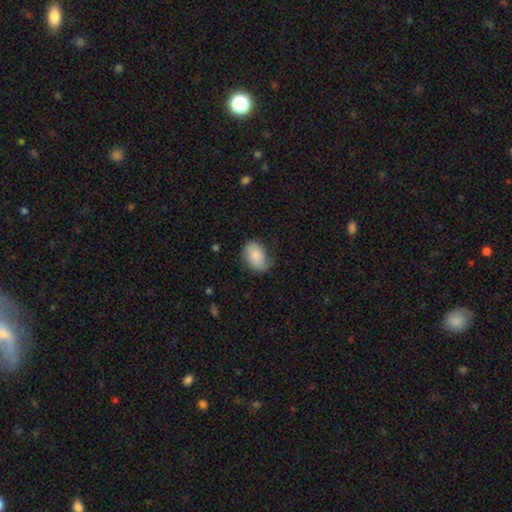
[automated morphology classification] Smooth or featured: smooth — 78% (featured or disk — 15%)
How rounded: in between — 86% (round — 13%)
Merging: none — 60% (minor disturbance — 29%)